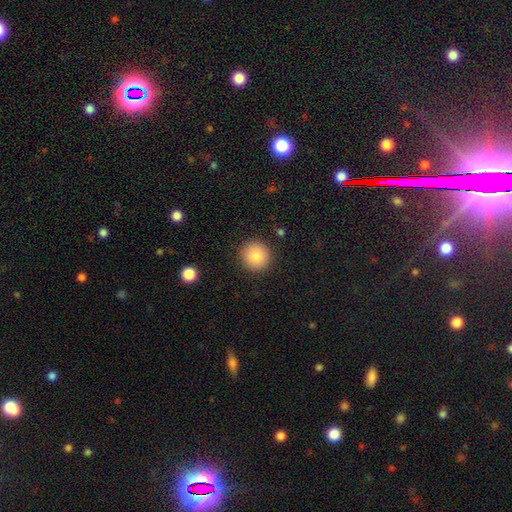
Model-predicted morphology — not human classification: Smooth or featured? smooth (85%)
How rounded? round (94%)
Merging? none (91%)